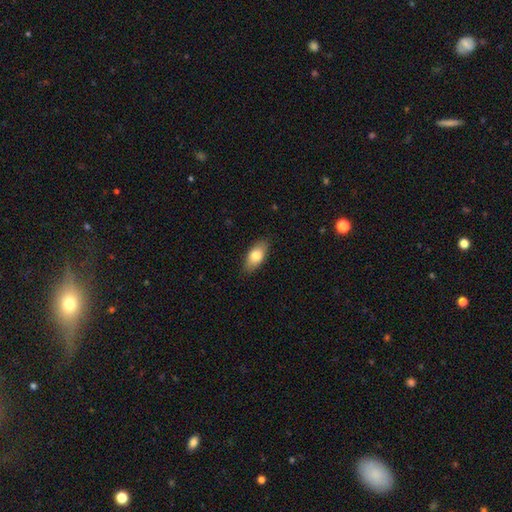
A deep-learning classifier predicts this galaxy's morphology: smooth-or-featured: smooth: 78% | featured or disk: 15% | star or artifact: 6%
  how-rounded: in between: 88% | cigar-shaped: 8% | round: 3%
  merging: none: 86% | minor disturbance: 11% | major disturbance: 2% | merger: 1%